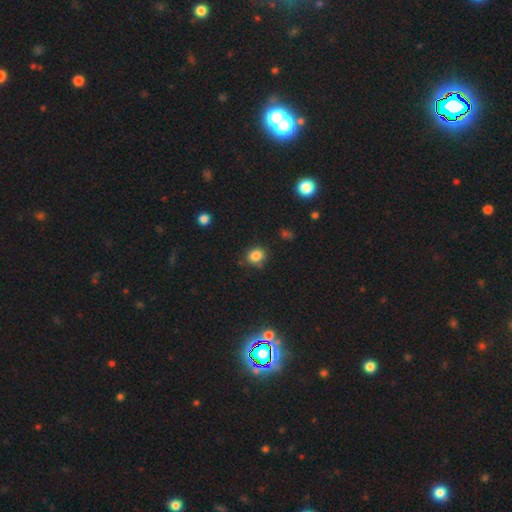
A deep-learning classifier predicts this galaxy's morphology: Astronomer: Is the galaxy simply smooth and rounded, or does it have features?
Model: smooth — 83%.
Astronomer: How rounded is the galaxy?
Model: round — 69%.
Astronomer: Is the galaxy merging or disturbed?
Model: none — 77%.